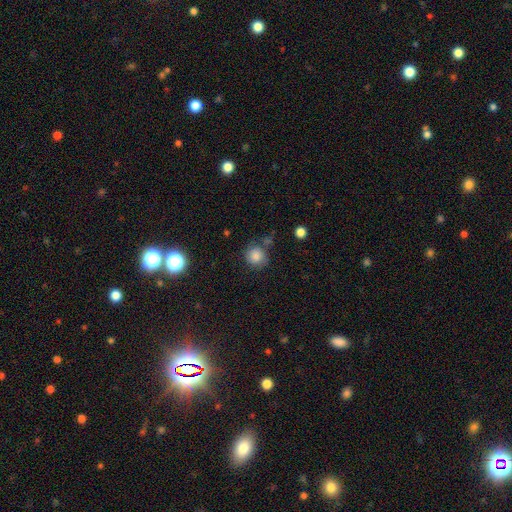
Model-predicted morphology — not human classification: Smooth or featured? smooth (82%)
How rounded? round (88%)
Merging? none (70%)